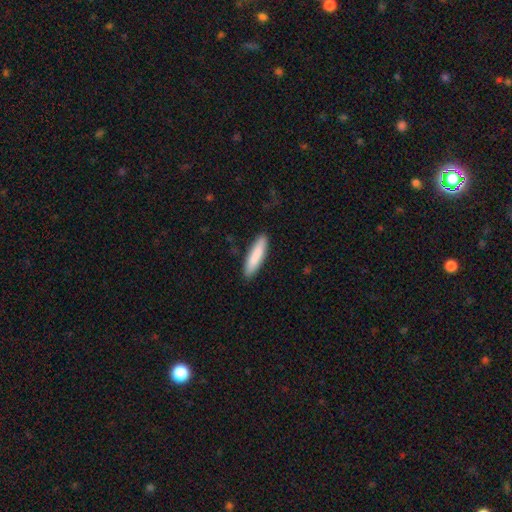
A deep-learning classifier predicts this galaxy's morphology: A smooth galaxy with no disk features (85%) that is cigar-shaped (81%). Merging: none (89%).